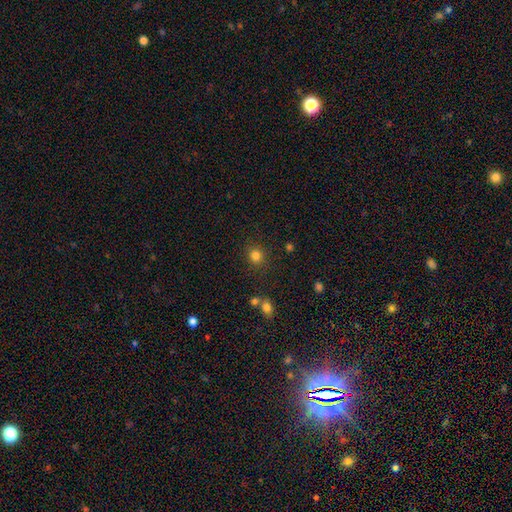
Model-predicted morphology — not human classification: A smooth galaxy with no disk features (82%) that is round (85%).

Vote fractions:
- Smooth or featured? smooth: 82% / star or artifact: 13% / featured or disk: 5%
- How rounded? round: 85% / in between: 14% / cigar-shaped: 1%
- Merging? none: 85% / minor disturbance: 8% / major disturbance: 3% / merger: 3%